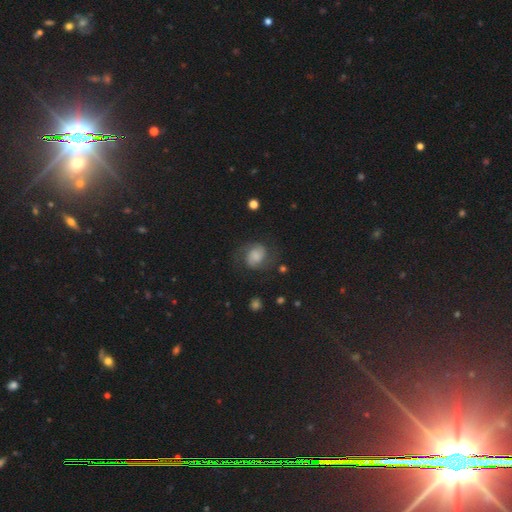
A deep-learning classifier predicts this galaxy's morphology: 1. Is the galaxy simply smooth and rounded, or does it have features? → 59% featured or disk, 31% smooth, 10% star or artifact.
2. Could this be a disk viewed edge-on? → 98% no, 2% yes.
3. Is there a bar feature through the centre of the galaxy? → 60% no, 33% weak, 8% strong.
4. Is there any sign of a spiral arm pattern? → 92% yes, 8% no.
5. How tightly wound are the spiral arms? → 51% medium, 26% loose, 23% tight.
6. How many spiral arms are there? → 89% 2, 5% can't tell, 2% 1, 2% 3, 1% 4, 1% more than 4.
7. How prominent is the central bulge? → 27% large, 24% none, 20% moderate, 20% small, 9% dominant.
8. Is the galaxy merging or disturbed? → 68% none, 18% minor disturbance, 13% major disturbance, 2% merger.